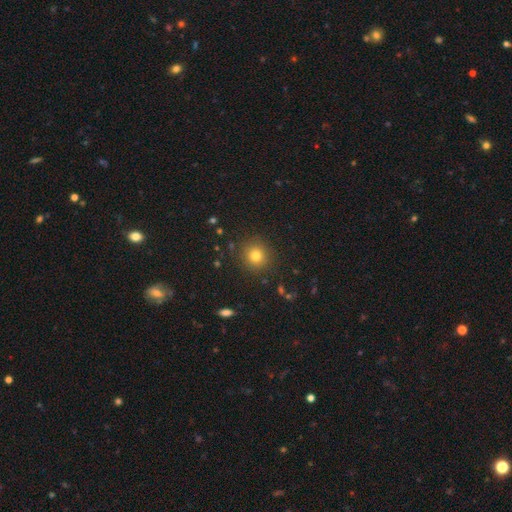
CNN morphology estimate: The model was most divided on "smooth or featured": smooth: 78%, star or artifact: 14%, featured or disk: 7%. More confident: how rounded — round (92%); merging — none (89%).